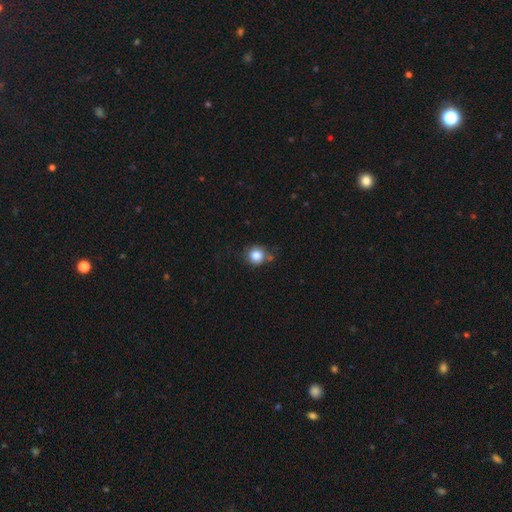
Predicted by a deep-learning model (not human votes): smooth 83%, star or artifact 10%, featured or disk 6%. Down the decision tree: how rounded — round (89%); merging — none (72%).